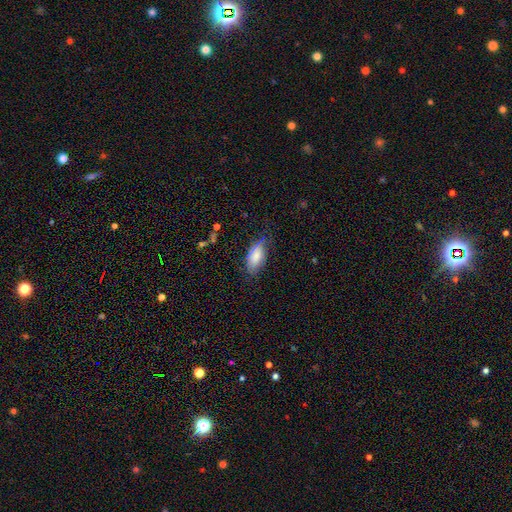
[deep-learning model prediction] A smooth galaxy with no disk features (76%) that is in between round and cigar-shaped (91%). Merging: none (58%).